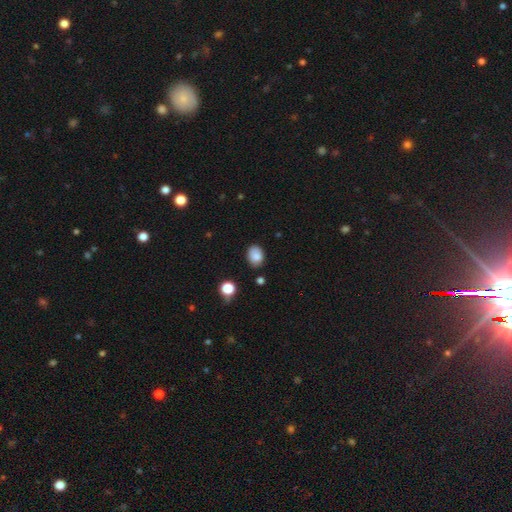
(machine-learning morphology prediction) Smooth or featured?
  - smooth: 83% *
  - star or artifact: 10%
  - featured or disk: 7%
How rounded?
  - in between: 68% *
  - round: 31%
  - cigar-shaped: 1%
Merging?
  - none: 78% *
  - minor disturbance: 16%
  - major disturbance: 3%
  - merger: 3%